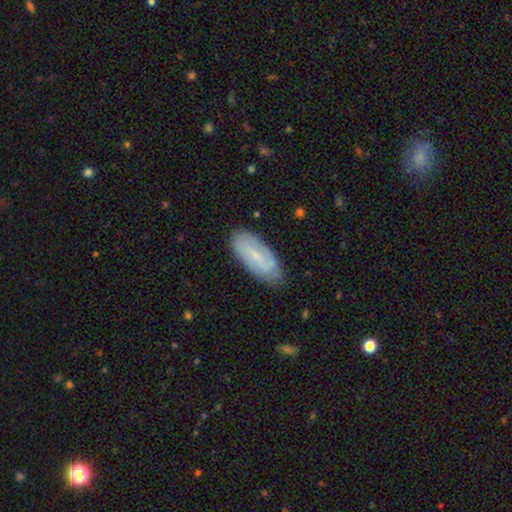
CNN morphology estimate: A smooth galaxy with no disk features (55%) that is in between round and cigar-shaped (81%).

Vote fractions:
- Smooth or featured? smooth: 55% / featured or disk: 37% / star or artifact: 8%
- How rounded? in between: 81% / cigar-shaped: 17% / round: 2%
- Merging? none: 79% / minor disturbance: 16% / major disturbance: 3% / merger: 1%